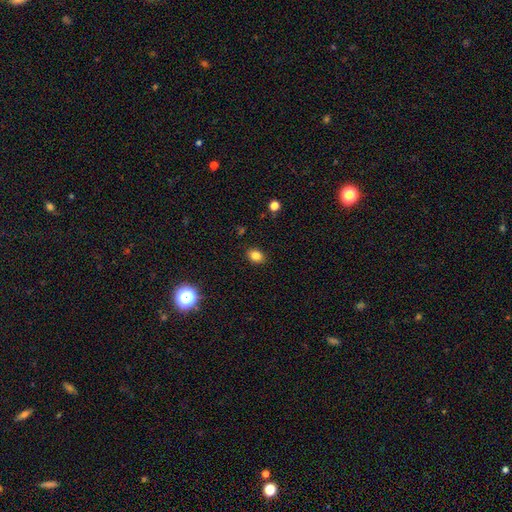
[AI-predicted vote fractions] Smooth or featured?
  - smooth: 83% *
  - star or artifact: 12%
  - featured or disk: 5%
How rounded?
  - in between: 61% *
  - round: 38%
  - cigar-shaped: 1%
Merging?
  - none: 87% *
  - minor disturbance: 9%
  - major disturbance: 2%
  - merger: 1%